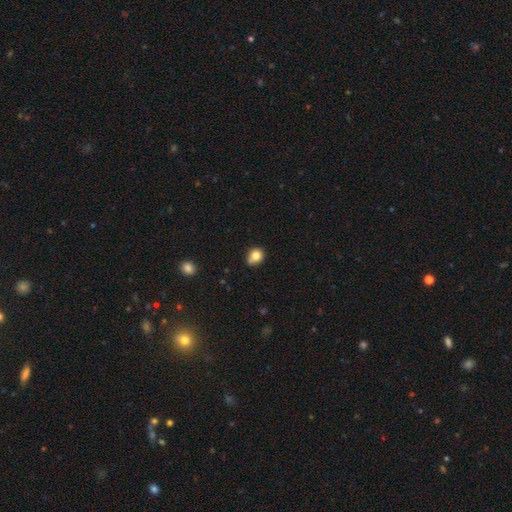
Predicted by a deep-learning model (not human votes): This is likely a smooth galaxy (79%). How rounded: likely round (74%). Merging: likely none (66%).